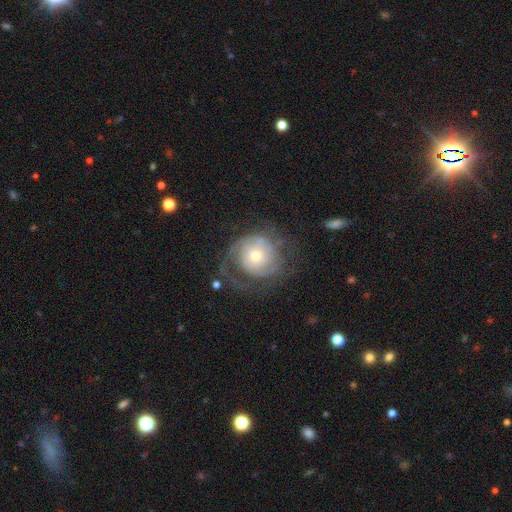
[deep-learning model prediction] This appears to be a featured or disk galaxy (77%) with no bar (78%), 2 (34%) tight (54%) spiral arms (90%) and a moderate central bulge (52%). Merging: none (58%).